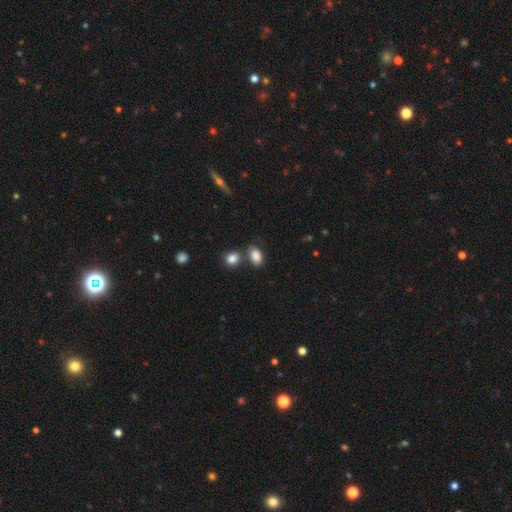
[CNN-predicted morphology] This is clearly a smooth galaxy (86%). How rounded: clearly in between (85%). Merging: likely none (65%).